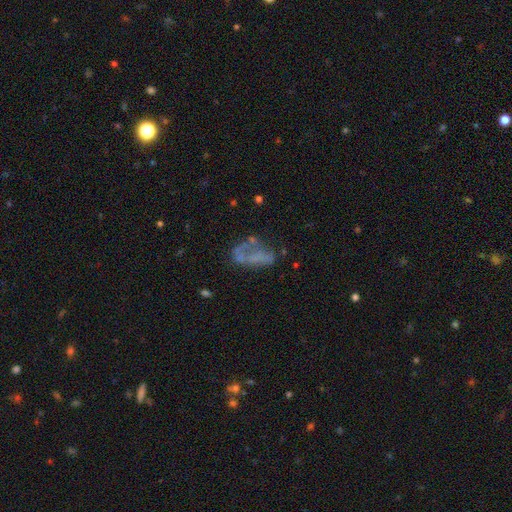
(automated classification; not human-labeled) Morphology: type=featured or disk (51%); edge-on=no (95%); merging=major disturbance (36%).